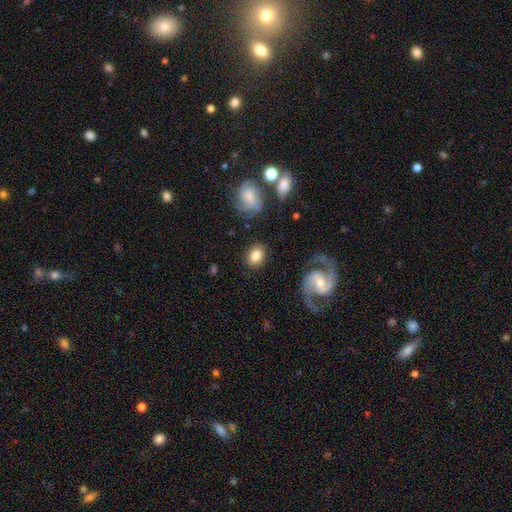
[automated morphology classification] Smooth or featured: smooth — 76% (featured or disk — 16%)
How rounded: in between — 59% (round — 40%)
Merging: none — 82% (minor disturbance — 11%)